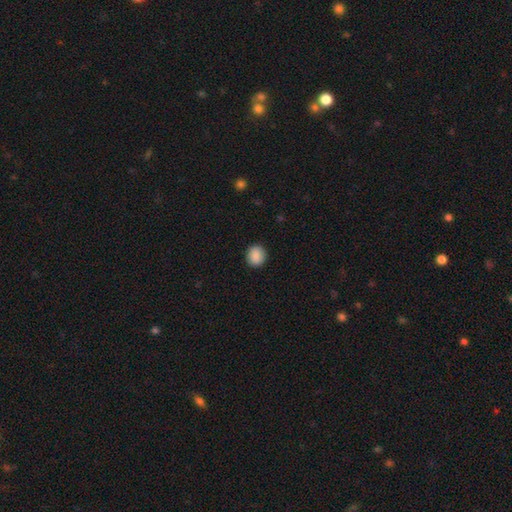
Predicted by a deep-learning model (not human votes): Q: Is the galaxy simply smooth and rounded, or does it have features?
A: smooth — 89%.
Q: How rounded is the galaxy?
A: round — 84%.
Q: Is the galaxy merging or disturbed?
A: none — 91%.